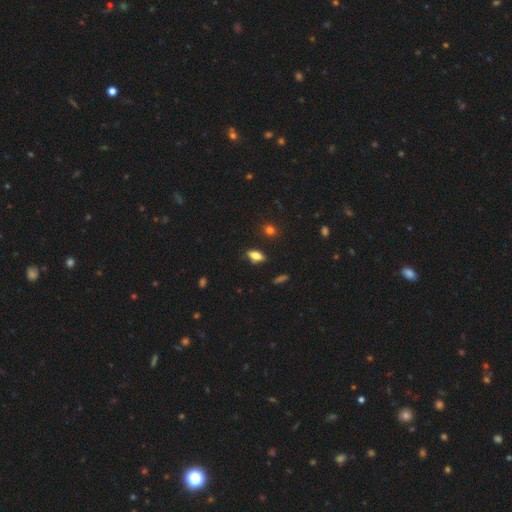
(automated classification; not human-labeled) This is likely a smooth galaxy (70%). How rounded: likely in between (77%). Merging: likely none (80%).